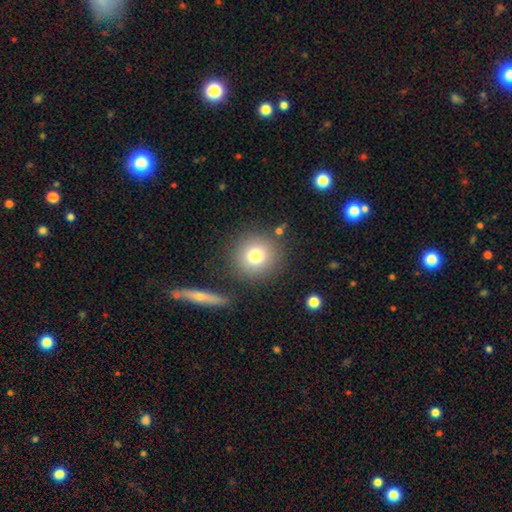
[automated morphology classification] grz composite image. It shows a smooth galaxy with no disk features (77%) that is round (93%). Merging: none (84%).